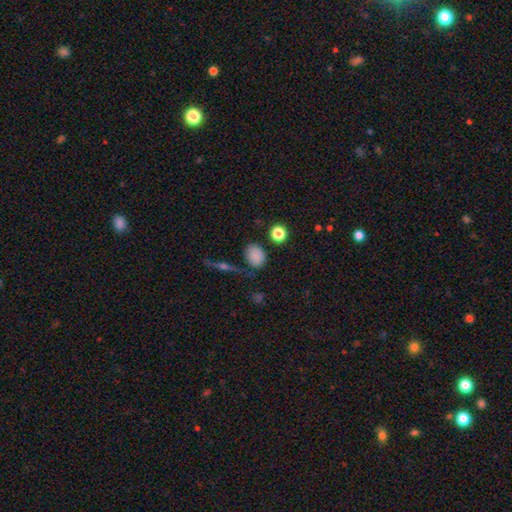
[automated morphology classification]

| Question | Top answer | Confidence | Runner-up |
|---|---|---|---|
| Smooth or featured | smooth | 79% | star or artifact (13%) |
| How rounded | in between | 50% | round (48%) |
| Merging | none | 74% | minor disturbance (17%) |